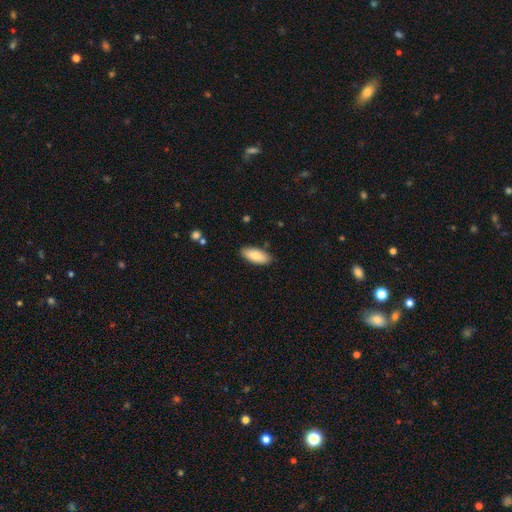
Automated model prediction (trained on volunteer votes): smooth-or-featured: smooth: 81% | featured or disk: 13% | star or artifact: 6%
  how-rounded: in between: 83% | cigar-shaped: 15% | round: 2%
  merging: none: 86% | minor disturbance: 11% | major disturbance: 2% | merger: 2%